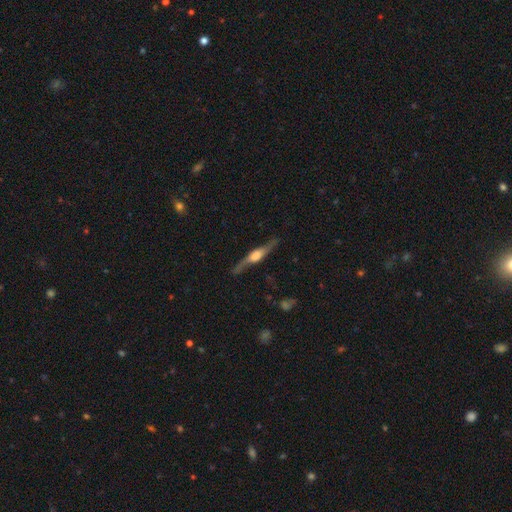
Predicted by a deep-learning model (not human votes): A featured or disk galaxy (80%) viewed edge-on (94%) with a rounded central bulge (83%).

Vote fractions:
- Smooth or featured? featured or disk: 80% / smooth: 15% / star or artifact: 5%
- Edge-on disk? yes: 94% / no: 6%
- Edge-on bulge? rounded: 83% / boxy: 14% / none: 3%
- Merging? none: 84% / minor disturbance: 11% / major disturbance: 3% / merger: 1%